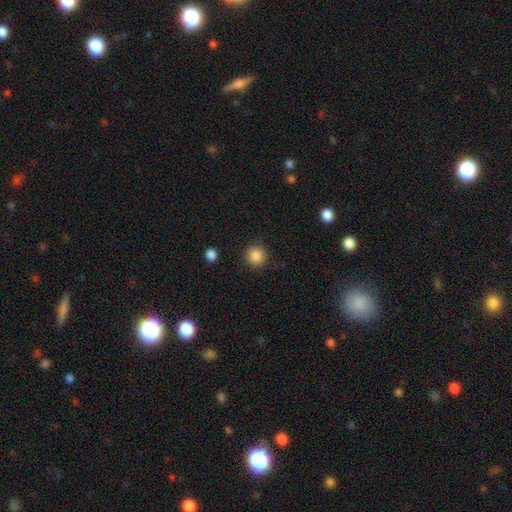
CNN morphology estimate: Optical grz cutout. It shows a smooth galaxy with no disk features (86%) that is round (93%). Merging: none (89%).